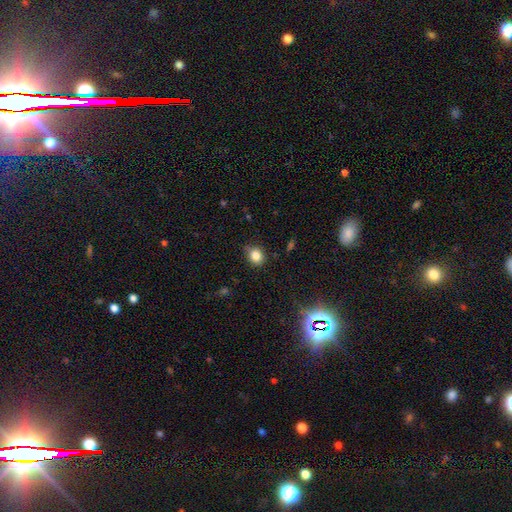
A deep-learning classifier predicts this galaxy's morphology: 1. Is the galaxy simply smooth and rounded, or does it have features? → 83% smooth, 11% star or artifact, 6% featured or disk.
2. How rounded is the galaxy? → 63% round, 36% in between, 1% cigar-shaped.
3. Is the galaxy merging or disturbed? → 79% none, 17% minor disturbance, 3% major disturbance, 2% merger.